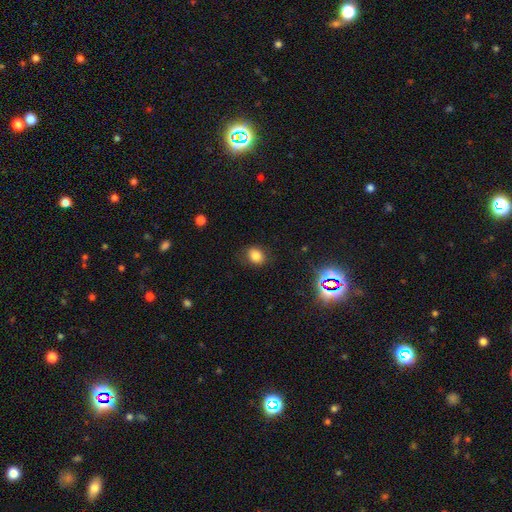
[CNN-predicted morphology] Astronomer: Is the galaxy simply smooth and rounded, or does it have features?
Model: smooth — 81%.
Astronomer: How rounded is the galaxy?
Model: in between — 50% (runner-up: round, 49%).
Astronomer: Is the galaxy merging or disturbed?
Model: none — 80%.